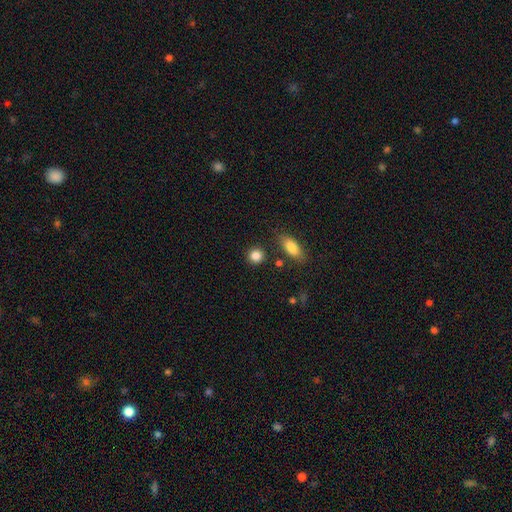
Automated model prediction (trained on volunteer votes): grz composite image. It shows a smooth galaxy with no disk features (86%) that is round (86%). Merging: none (84%).